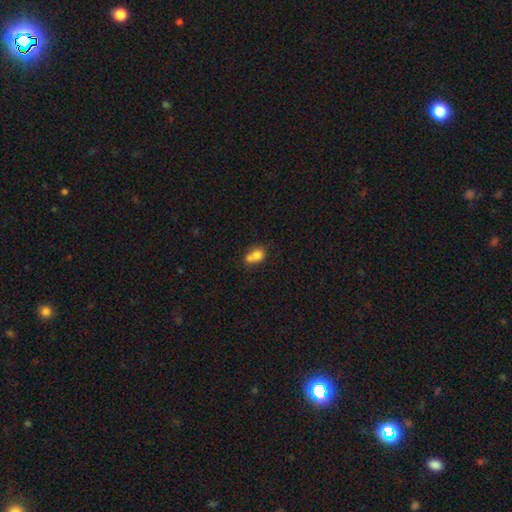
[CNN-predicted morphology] Smooth or featured? Predicted: smooth (p=0.76). How rounded? Predicted: in between (p=0.61). Merging? Predicted: merger (p=0.49).